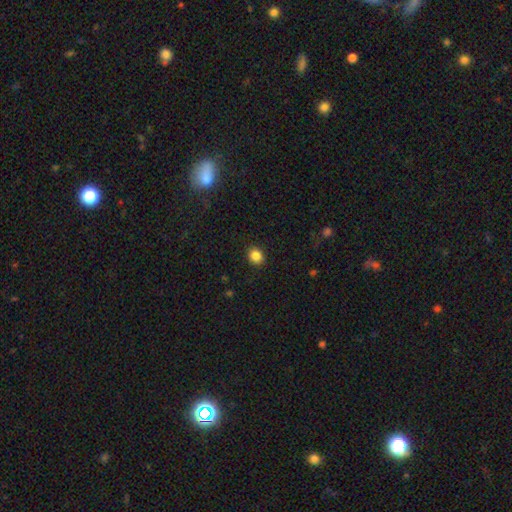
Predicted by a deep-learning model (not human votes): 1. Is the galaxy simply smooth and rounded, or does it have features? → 86% smooth, 10% star or artifact, 4% featured or disk.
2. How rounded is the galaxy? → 72% round, 27% in between, 1% cigar-shaped.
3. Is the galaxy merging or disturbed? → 91% none, 6% minor disturbance, 2% major disturbance, 1% merger.